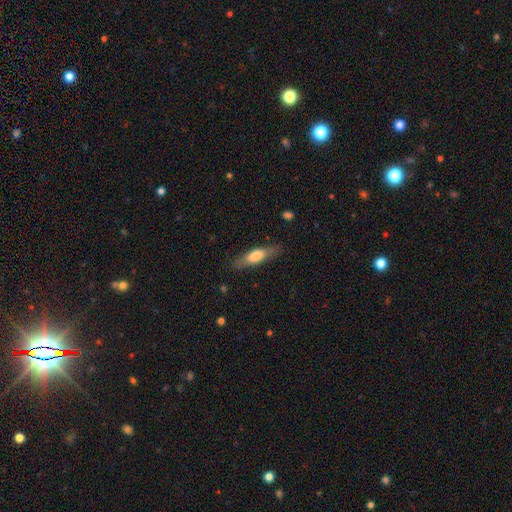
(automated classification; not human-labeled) Overall: smooth (61%; featured or disk 33%). How rounded: cigar-shaped (57%; in between 41%). Merging: none (81%).